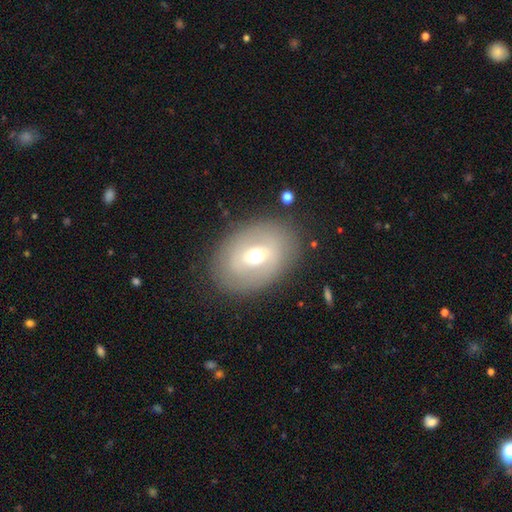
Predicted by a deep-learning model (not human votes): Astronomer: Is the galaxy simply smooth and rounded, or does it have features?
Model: smooth — 46% (runner-up: featured or disk, 45%).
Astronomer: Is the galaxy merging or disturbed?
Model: none — 81%.